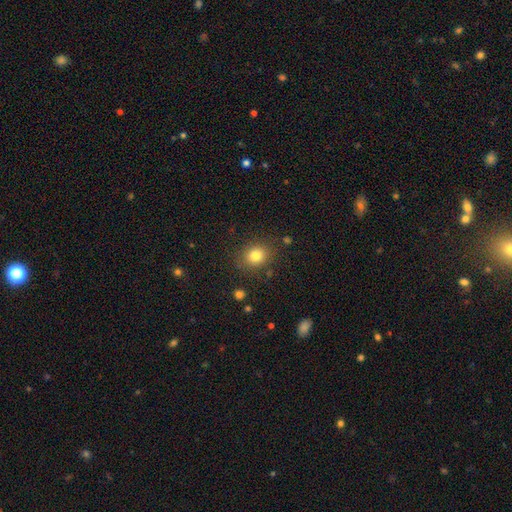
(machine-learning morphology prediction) A smooth galaxy with no disk features (80%) that is round (70%). Merging: none (84%).